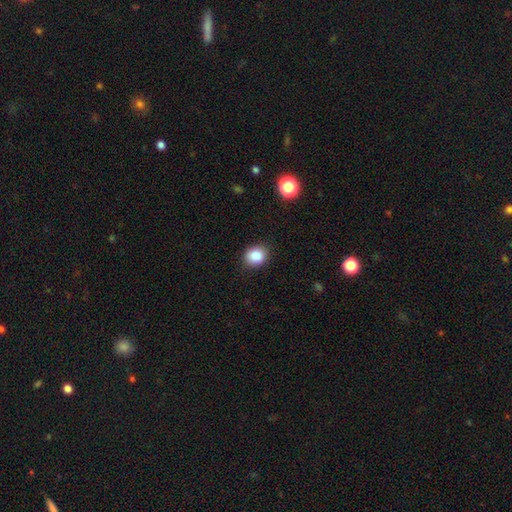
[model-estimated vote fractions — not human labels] Smooth or featured: smooth — 86% (star or artifact — 10%)
How rounded: round — 59% (in between — 40%)
Merging: none — 88% (minor disturbance — 9%)